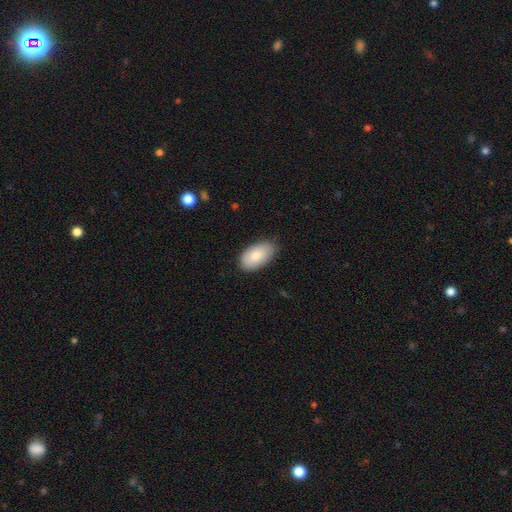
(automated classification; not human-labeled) smooth-or-featured: smooth: 83% | featured or disk: 11% | star or artifact: 6%
  how-rounded: in between: 95% | round: 3% | cigar-shaped: 2%
  merging: none: 80% | minor disturbance: 17% | major disturbance: 3% | merger: 1%